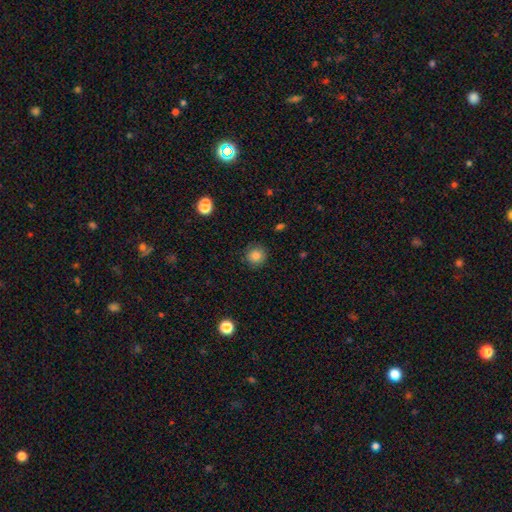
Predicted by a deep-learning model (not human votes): A smooth galaxy with no disk features (84%) that is round (93%).

Vote fractions:
- Smooth or featured? smooth: 84% / star or artifact: 11% / featured or disk: 5%
- How rounded? round: 93% / in between: 6% / cigar-shaped: 1%
- Merging? none: 89% / minor disturbance: 8% / major disturbance: 2% / merger: 1%